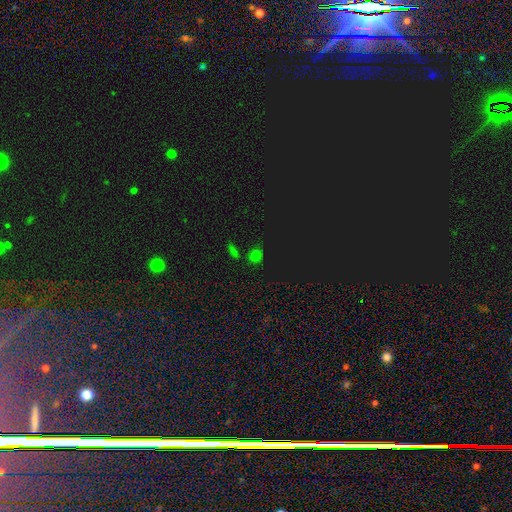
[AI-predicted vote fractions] Q: Smooth or featured?
A: smooth (58%); runner-up: star or artifact (36%)
Q: How rounded?
A: round (78%); runner-up: in between (19%)
Q: Merging?
A: none (77%); runner-up: minor disturbance (11%)